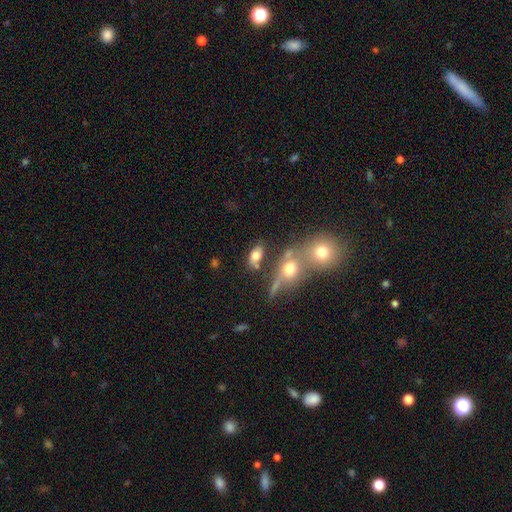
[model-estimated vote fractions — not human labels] This is likely a smooth galaxy (72%). How rounded: clearly in between (84%). Merging: possibly none (59%).